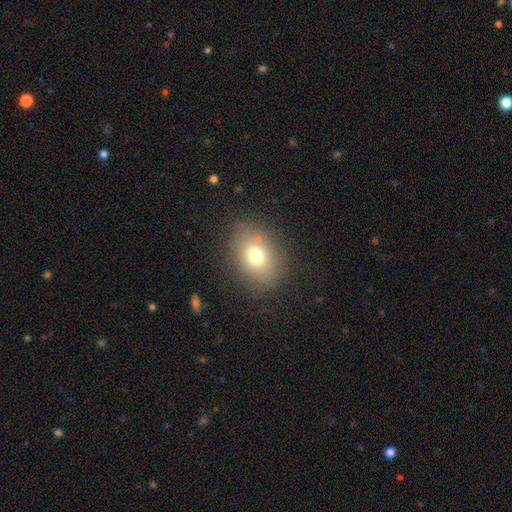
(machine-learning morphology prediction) Smooth or featured: smooth — 73% (featured or disk — 14%)
How rounded: in between — 68% (round — 31%)
Merging: none — 82% (minor disturbance — 12%)